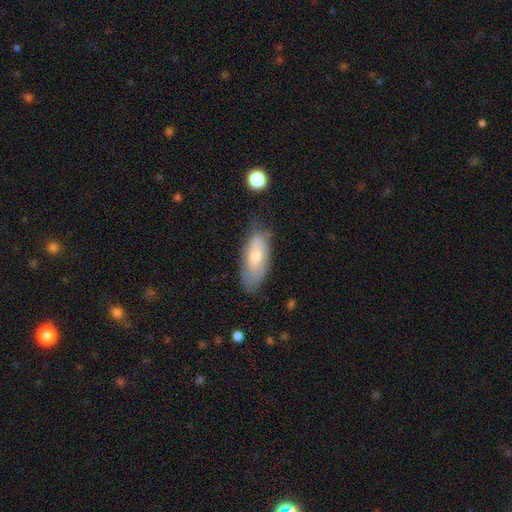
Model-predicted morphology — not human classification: type=smooth (59%); roundness=in between (81%); merging=none (65%).